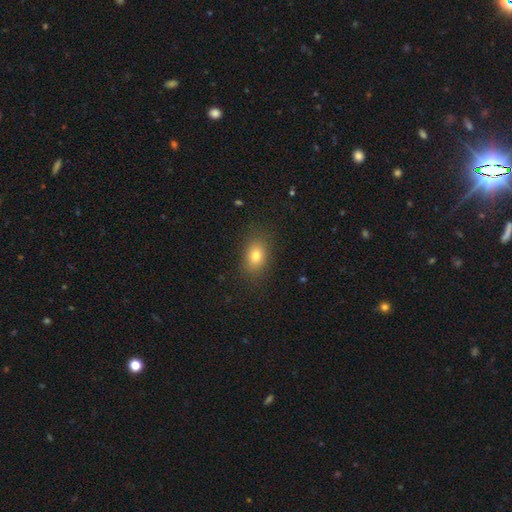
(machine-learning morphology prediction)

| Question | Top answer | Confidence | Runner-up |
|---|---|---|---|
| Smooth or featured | smooth | 80% | star or artifact (11%) |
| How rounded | in between | 77% | round (22%) |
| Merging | none | 85% | minor disturbance (10%) |